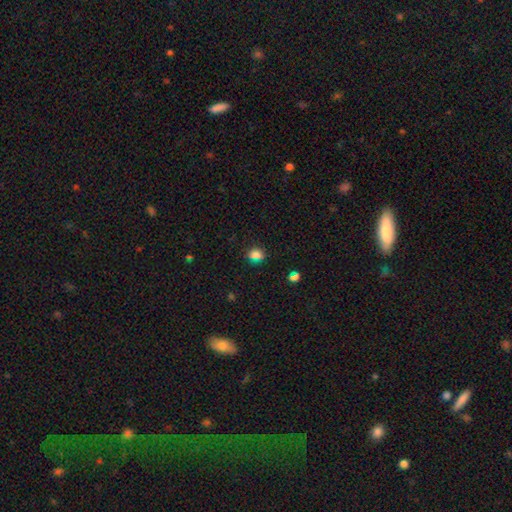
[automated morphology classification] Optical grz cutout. It shows a smooth galaxy with no disk features (76%) that is round (66%). Merging: none (81%).